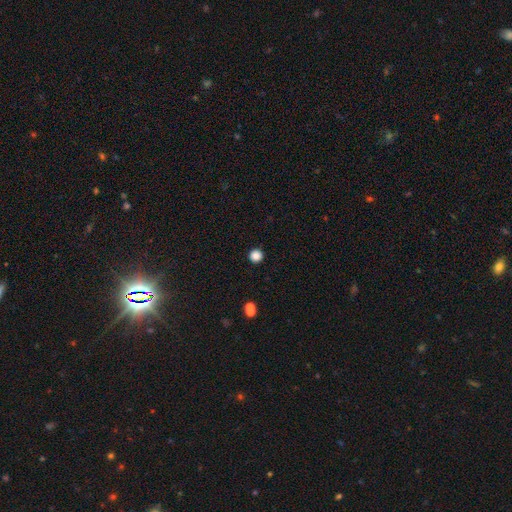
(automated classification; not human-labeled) smooth 85%, star or artifact 11%, featured or disk 3%. Down the decision tree: how rounded — round (96%); merging — none (92%).